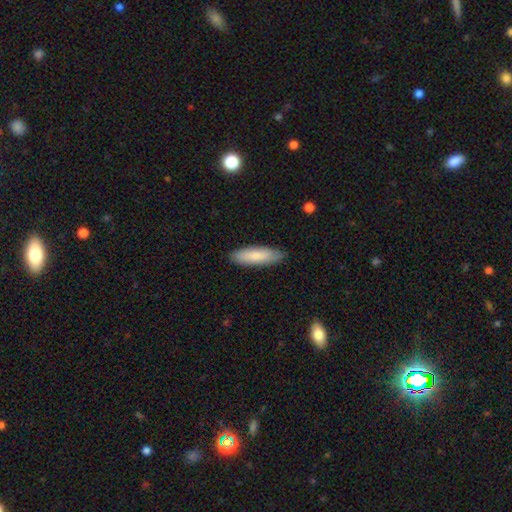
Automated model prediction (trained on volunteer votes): The model was most divided on "how rounded": cigar-shaped: 55%, in between: 43%, round: 1%. More confident: merging — none (86%); smooth or featured — smooth (81%).